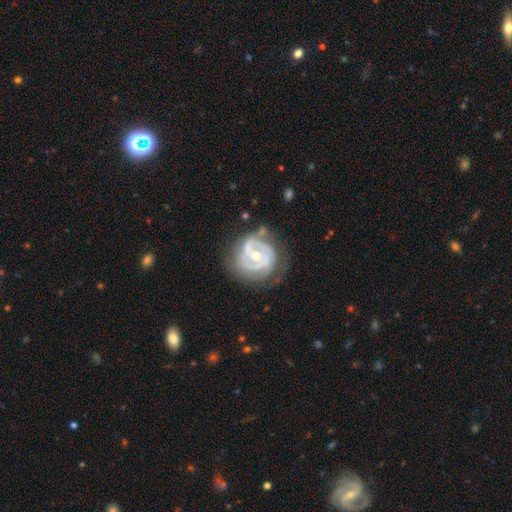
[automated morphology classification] This is likely a featured or disk galaxy (79%). It is clearly not viewed edge-on (97%). Bar: marginally no (41%). Spiral arm pattern: likely yes (72%). Spiral arm count: marginally 2 (40%). Spiral winding: possibly tight (58%). Central bulge: possibly moderate (59%). Merging: possibly none (59%).